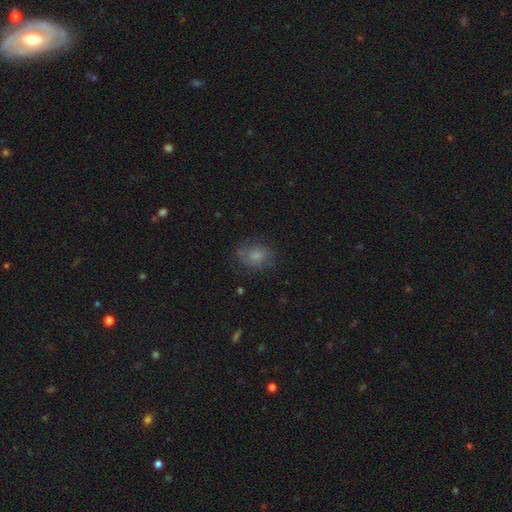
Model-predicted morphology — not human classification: This appears to be a smooth galaxy with no disk features (66%) that is in between round and cigar-shaped (53%). Merging: none (66%).